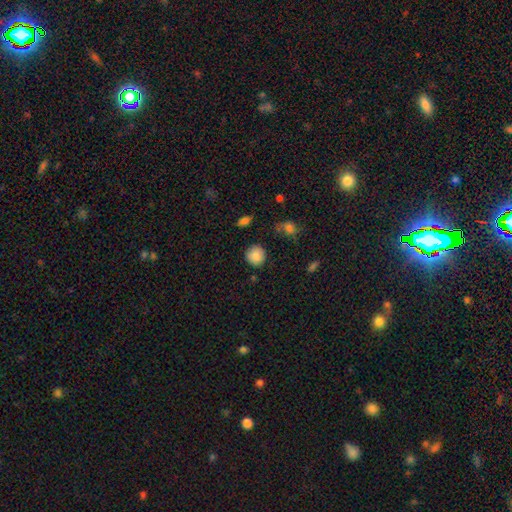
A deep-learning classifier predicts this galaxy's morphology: type=smooth (86%); roundness=round (90%); merging=none (84%).